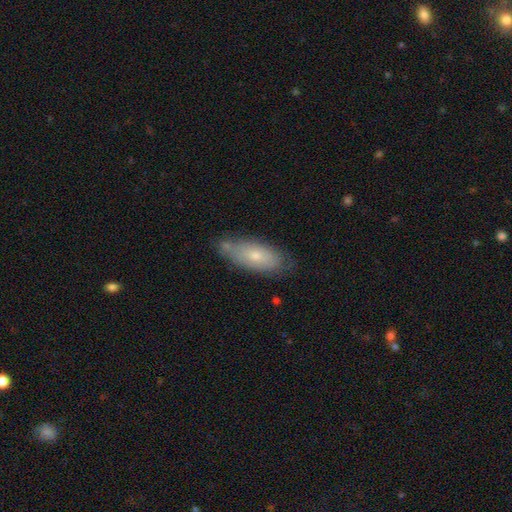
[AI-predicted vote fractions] Overall: smooth (67%). How rounded: in between (79%). Merging: none (66%).